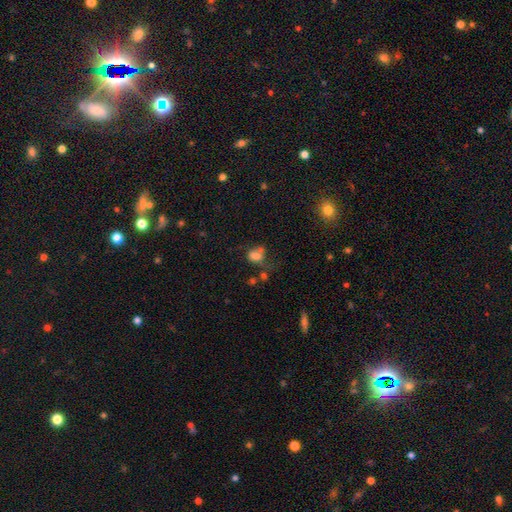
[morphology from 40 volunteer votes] This appears to be a smooth galaxy with no disk features (82%) that is in between round and cigar-shaped (67%). Merging: none (44%).